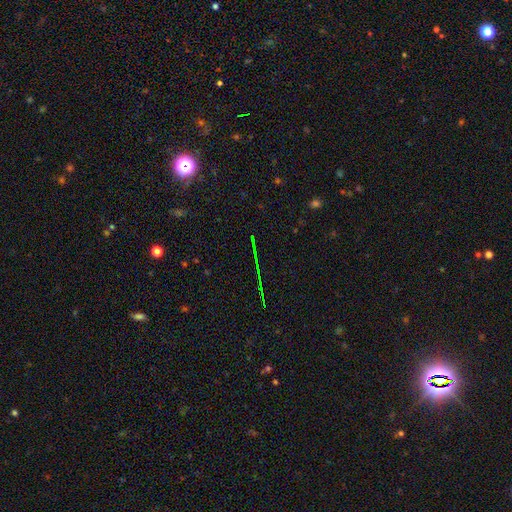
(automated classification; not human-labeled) Smooth or featured? Predicted: star or artifact (p=0.78).